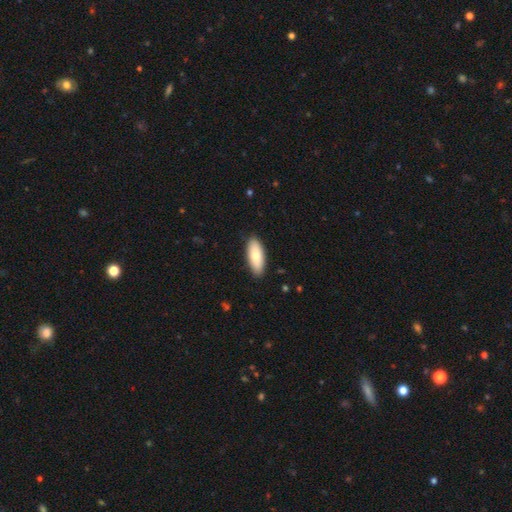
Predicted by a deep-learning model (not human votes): Smooth or featured?
  - smooth: 78% *
  - featured or disk: 16%
  - star or artifact: 5%
How rounded?
  - in between: 80% *
  - cigar-shaped: 18%
  - round: 2%
Merging?
  - none: 88% *
  - minor disturbance: 9%
  - major disturbance: 2%
  - merger: 1%